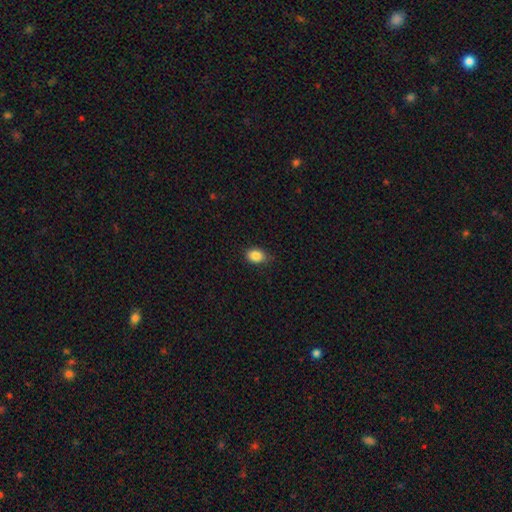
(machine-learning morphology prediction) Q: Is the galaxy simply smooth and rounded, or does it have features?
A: smooth — 87%.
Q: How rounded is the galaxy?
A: in between — 72%.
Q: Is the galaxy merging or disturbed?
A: none — 79%.